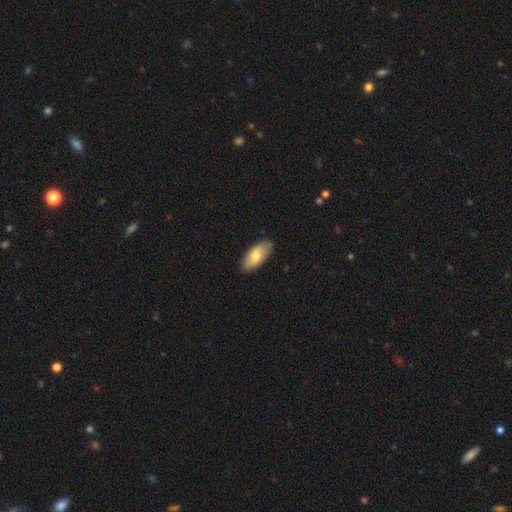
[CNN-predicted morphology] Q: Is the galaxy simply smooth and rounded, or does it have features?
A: smooth — 73%.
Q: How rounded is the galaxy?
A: in between — 92%.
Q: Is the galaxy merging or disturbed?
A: none — 84%.